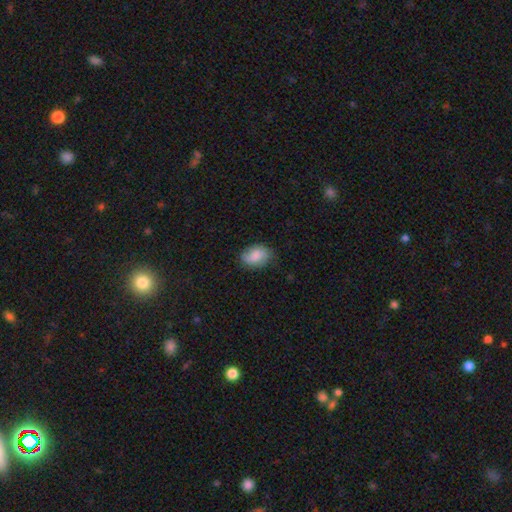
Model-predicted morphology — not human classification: smooth-or-featured: smooth: 69% | featured or disk: 23% | star or artifact: 8%
  how-rounded: in between: 82% | round: 17% | cigar-shaped: 1%
  merging: none: 74% | minor disturbance: 20% | major disturbance: 5% | merger: 1%